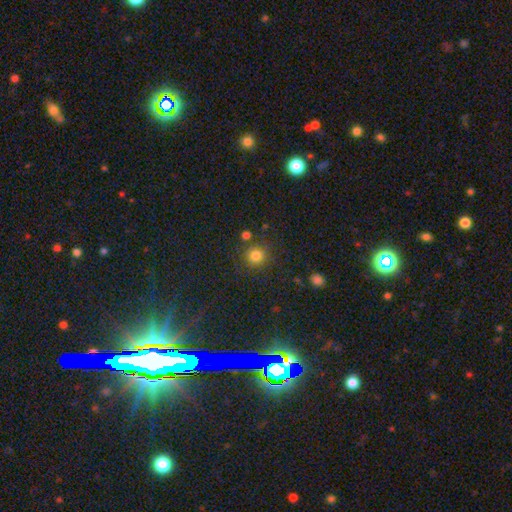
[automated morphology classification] Smooth or featured: smooth — 79% (star or artifact — 15%)
How rounded: round — 92% (in between — 7%)
Merging: none — 82% (minor disturbance — 9%)